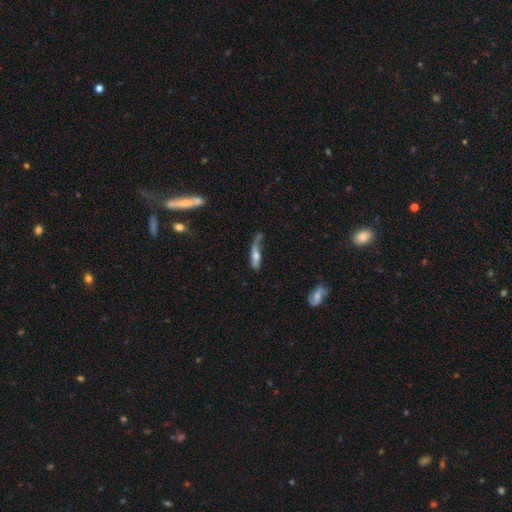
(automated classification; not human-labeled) Q: Smooth or featured?
A: featured or disk (53%); runner-up: smooth (40%)
Q: Edge-on disk?
A: yes (52%); runner-up: no (48%)
Q: Merging?
A: major disturbance (36%); runner-up: none (31%)